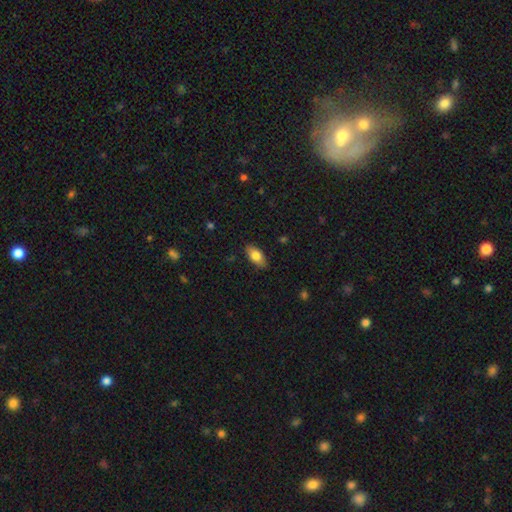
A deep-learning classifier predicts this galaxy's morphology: A smooth galaxy with no disk features (79%) that is in between round and cigar-shaped (89%).

Vote fractions:
- Smooth or featured? smooth: 79% / featured or disk: 14% / star or artifact: 7%
- How rounded? in between: 89% / cigar-shaped: 7% / round: 3%
- Merging? none: 87% / minor disturbance: 10% / major disturbance: 2% / merger: 1%